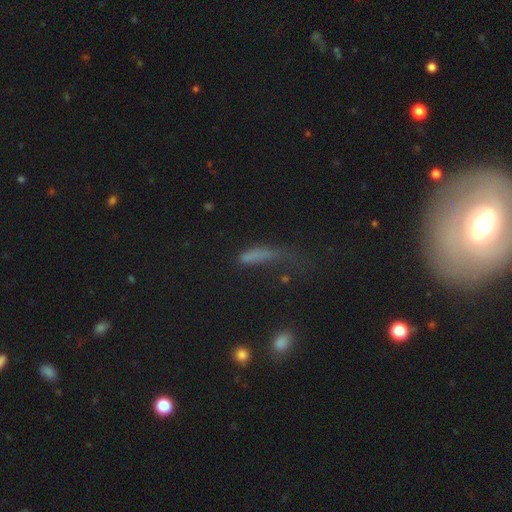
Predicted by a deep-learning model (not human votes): Overall: smooth (65%). How rounded: cigar-shaped (62%; in between 32%). Merging: major disturbance (43%; none 30%).